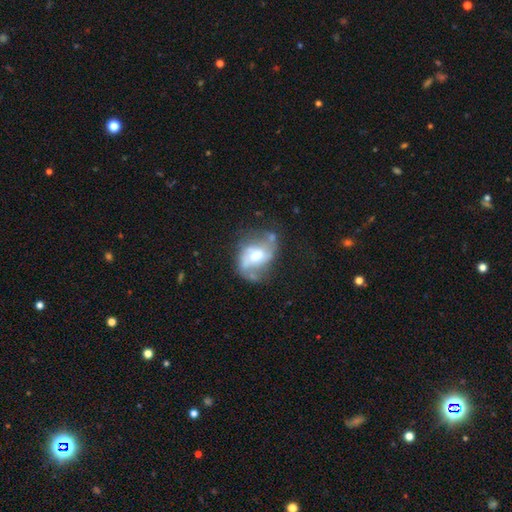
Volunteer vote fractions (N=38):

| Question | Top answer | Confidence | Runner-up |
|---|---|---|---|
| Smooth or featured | featured or disk | 89% | smooth (5%) |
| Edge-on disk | no | 100% | — |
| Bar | no | 53% | weak (38%) |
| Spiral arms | yes | 74% | no (26%) |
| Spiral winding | loose | 64% | medium (32%) |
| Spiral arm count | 2 | 92% | can't tell (8%) |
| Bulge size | moderate | 71% | large (15%) |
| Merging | none | 50% | minor disturbance (25%) |